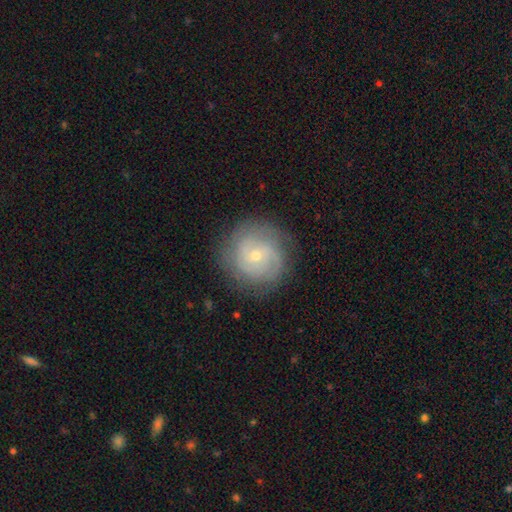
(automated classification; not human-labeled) This appears to be a featured or disk galaxy (69%) with no bar (73%), tight (63%) spiral arms (89%) and a small central bulge (68%). Merging: none (82%).